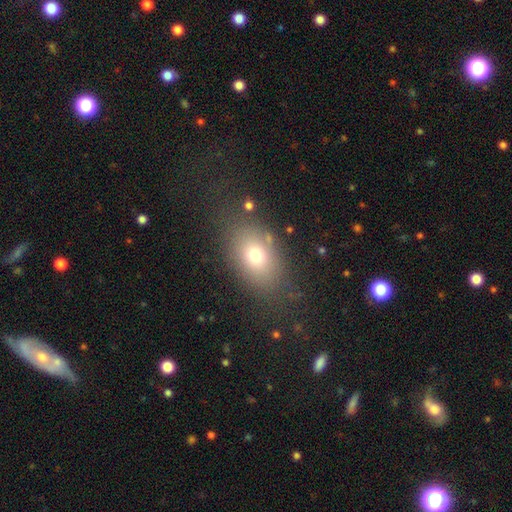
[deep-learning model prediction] Smooth or featured?
  - smooth: 71% *
  - featured or disk: 15%
  - star or artifact: 14%
How rounded?
  - in between: 76% *
  - round: 22%
  - cigar-shaped: 2%
Merging?
  - none: 75% *
  - minor disturbance: 14%
  - major disturbance: 8%
  - merger: 3%